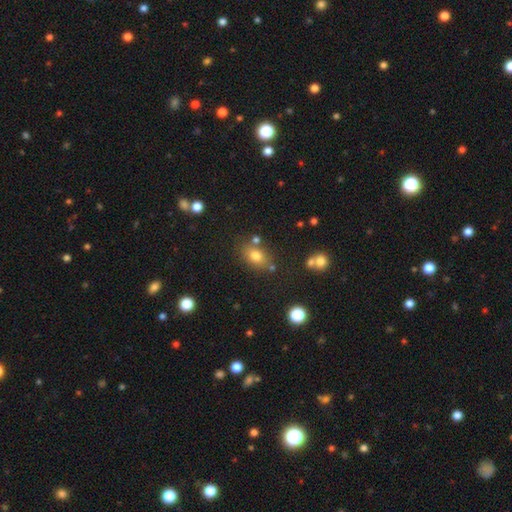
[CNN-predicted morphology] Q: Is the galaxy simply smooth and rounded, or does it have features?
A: smooth — 77%.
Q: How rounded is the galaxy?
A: in between — 73%.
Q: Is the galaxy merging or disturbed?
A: none — 72%.